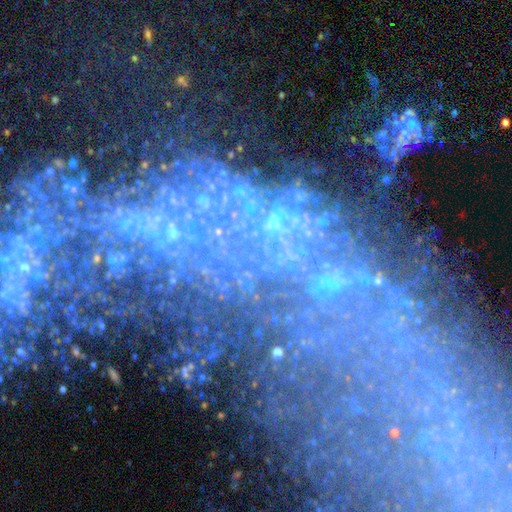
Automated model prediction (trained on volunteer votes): A star or artifact, not a galaxy (58%).